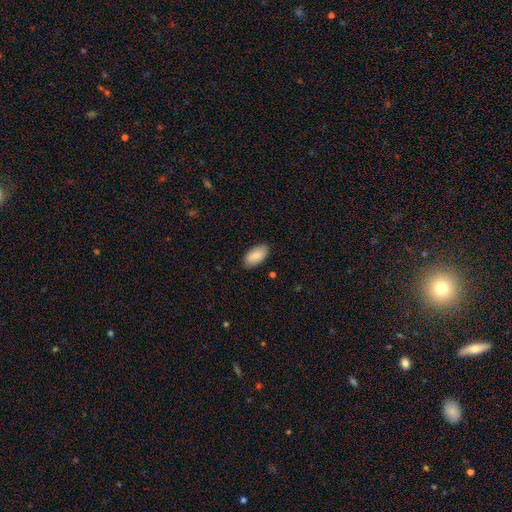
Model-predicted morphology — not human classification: type=smooth (86%); roundness=in between (95%); merging=none (87%).